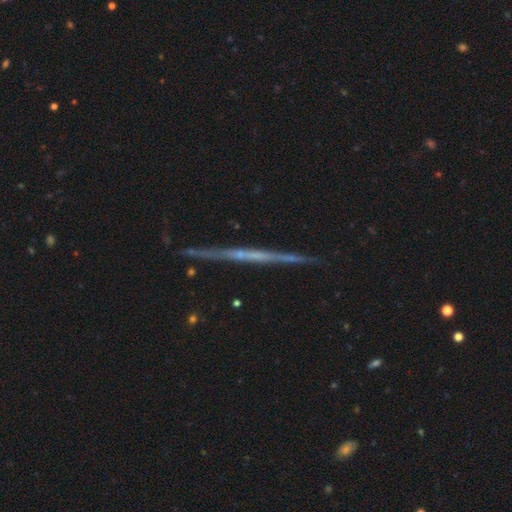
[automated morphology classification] The model was most divided on "smooth or featured": featured or disk: 74%, smooth: 20%, star or artifact: 7%. More confident: edge-on disk — yes (98%); merging — none (90%); edge-on bulge — none (81%).